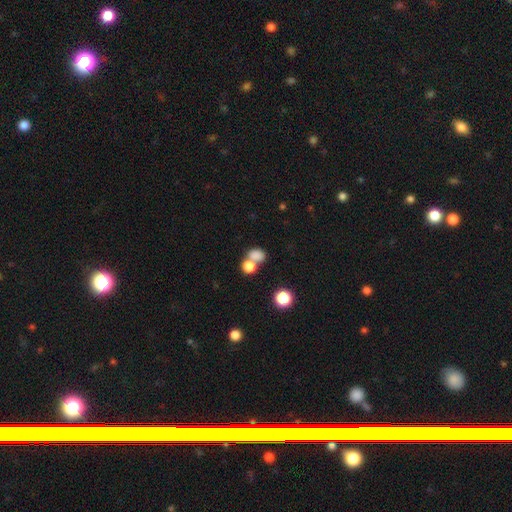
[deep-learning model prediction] Smooth or featured? Predicted: smooth (p=0.79). How rounded? Predicted: in between (p=0.54). Merging? Predicted: merger (p=0.47).